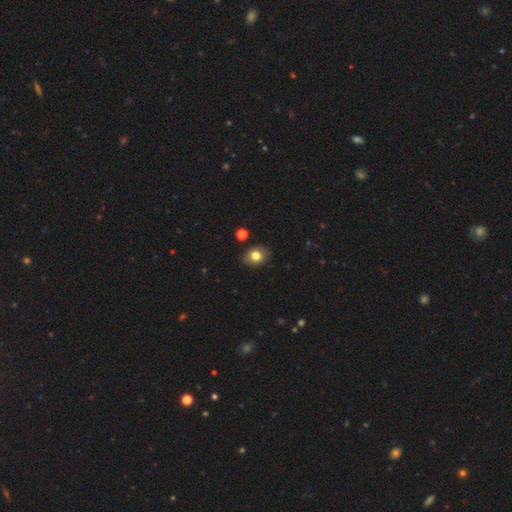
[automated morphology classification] A smooth galaxy with no disk features (80%) that is in between round and cigar-shaped (52%).

Vote fractions:
- Smooth or featured? smooth: 80% / star or artifact: 10% / featured or disk: 9%
- How rounded? in between: 52% / round: 47% / cigar-shaped: 1%
- Merging? none: 86% / minor disturbance: 10% / major disturbance: 2% / merger: 2%